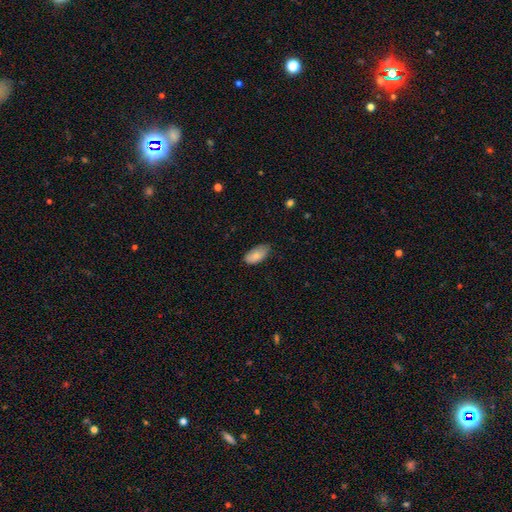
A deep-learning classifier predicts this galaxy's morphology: The model was most divided on "merging": none: 73%, minor disturbance: 23%, major disturbance: 3%, merger: 1%. More confident: how rounded — in between (94%); smooth or featured — smooth (84%).